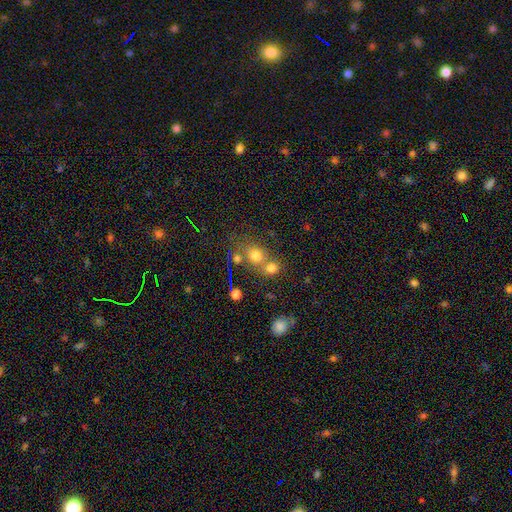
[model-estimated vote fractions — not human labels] A smooth galaxy with no disk features (70%) that is round (72%).

Vote fractions:
- Smooth or featured? smooth: 70% / star or artifact: 18% / featured or disk: 12%
- How rounded? round: 72% / in between: 26% / cigar-shaped: 1%
- Merging? none: 45% / merger: 42% / minor disturbance: 8% / major disturbance: 4%